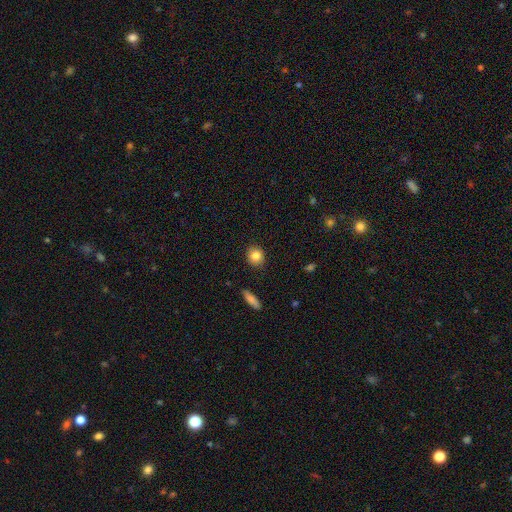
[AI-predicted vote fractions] The model was most divided on "how rounded": round: 76%, in between: 22%, cigar-shaped: 1%. More confident: merging — none (89%); smooth or featured — smooth (83%).